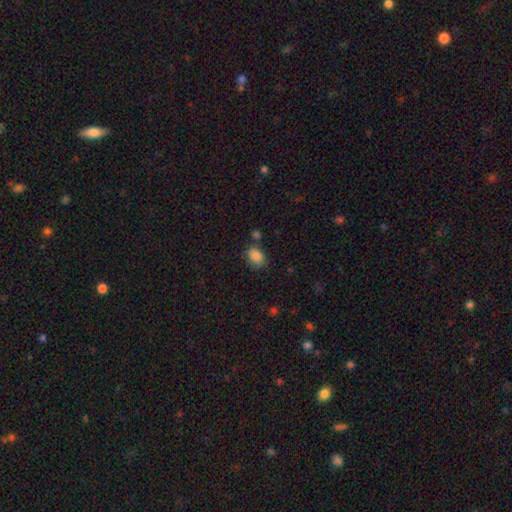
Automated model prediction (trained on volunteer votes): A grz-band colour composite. It shows a smooth galaxy with no disk features (86%) that is in between round and cigar-shaped (74%). Merging: none (70%).